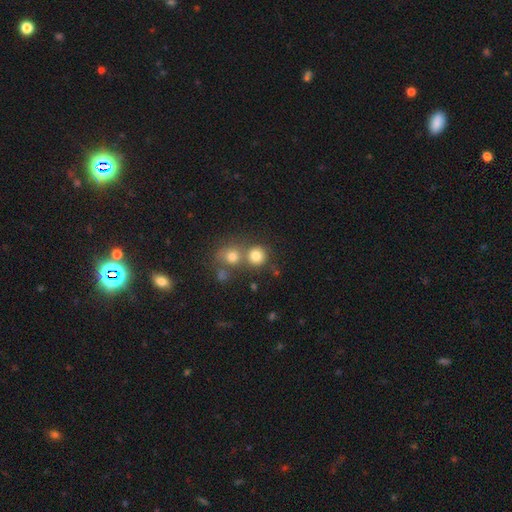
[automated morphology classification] Smooth or featured: smooth — 79% (star or artifact — 12%)
How rounded: round — 89% (in between — 10%)
Merging: none — 56% (merger — 32%)